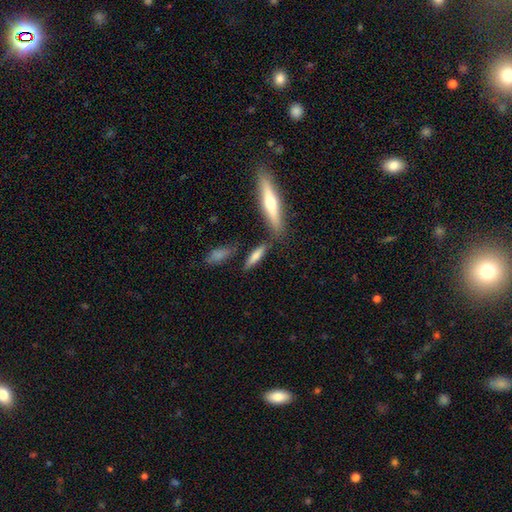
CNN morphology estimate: Overall: smooth (66%; featured or disk 27%). How rounded: cigar-shaped (69%). Merging: none (71%).